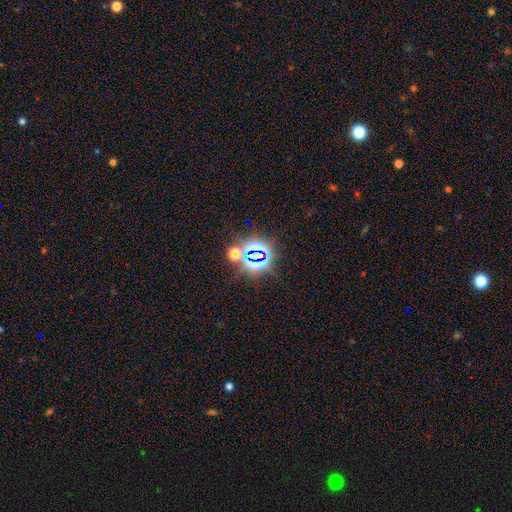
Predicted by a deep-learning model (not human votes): Smooth or featured? Predicted: star or artifact (p=0.75).